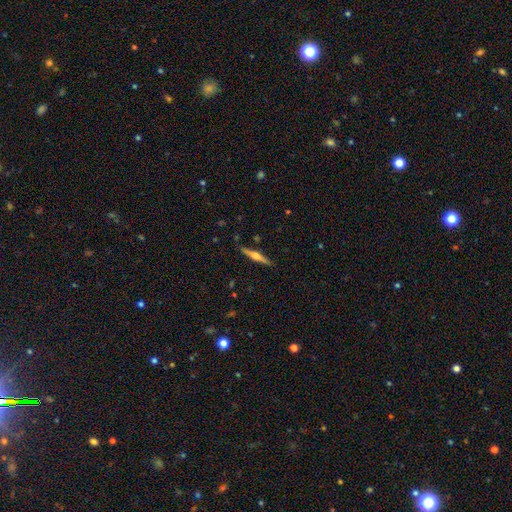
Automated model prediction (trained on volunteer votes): Smooth or featured? Predicted: featured or disk (p=0.67). Edge-on disk? Predicted: yes (p=0.98). Edge-on bulge? Predicted: rounded (p=0.86). Merging? Predicted: none (p=0.88).